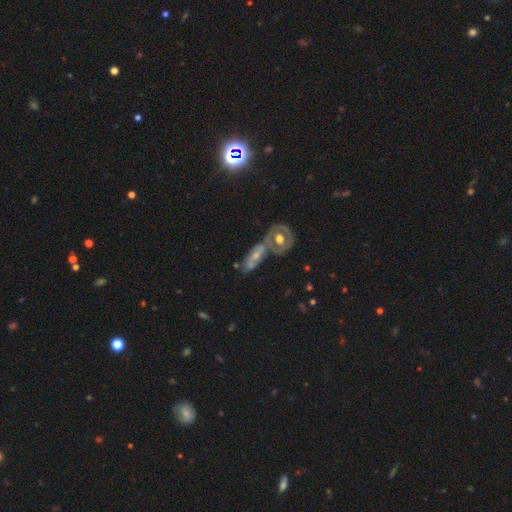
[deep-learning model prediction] Smooth or featured? featured or disk (62%)
Edge-on disk? no (82%)
Bar? no (75%)
Spiral arms? no (54%)
Bulge size? moderate (65%)
Merging? merger (48%)